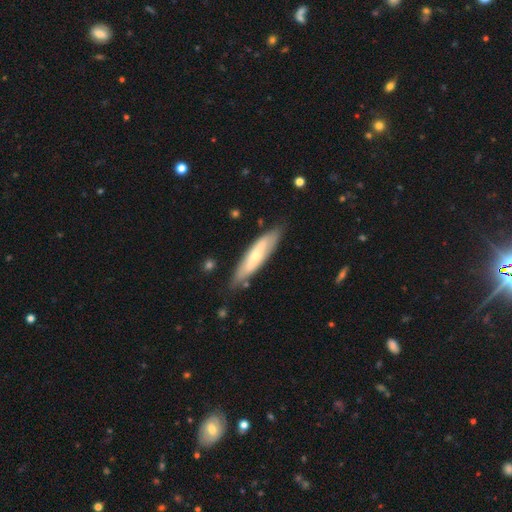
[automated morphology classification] smooth-or-featured: featured or disk: 48% | smooth: 47% | star or artifact: 5%
  merging: none: 78% | minor disturbance: 16% | major disturbance: 3% | merger: 2%